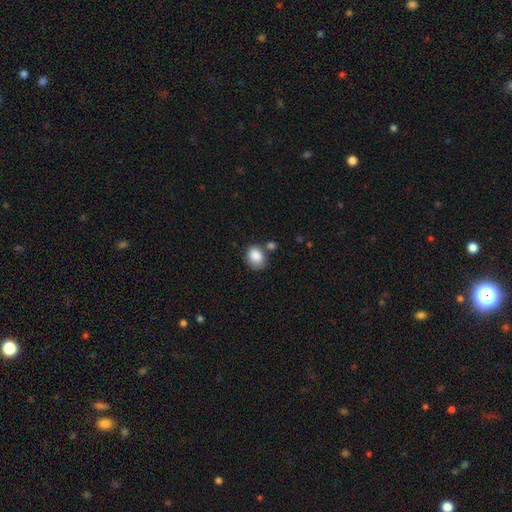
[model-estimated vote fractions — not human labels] Smooth or featured: smooth — 87% (star or artifact — 8%)
How rounded: in between — 50% (round — 49%)
Merging: none — 62% (minor disturbance — 18%)